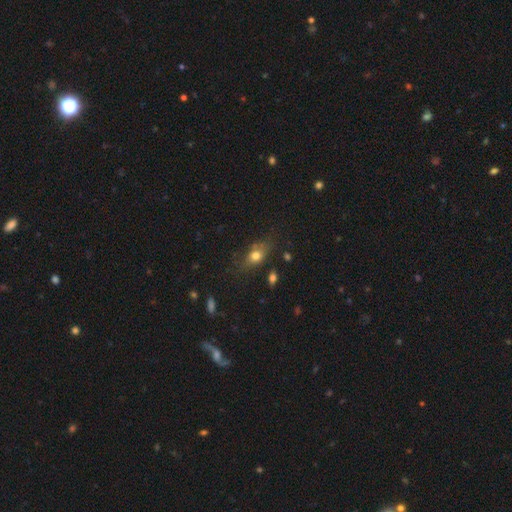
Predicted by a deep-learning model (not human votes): A smooth galaxy with no disk features (72%) that is in between round and cigar-shaped (72%). Merging: none (67%).